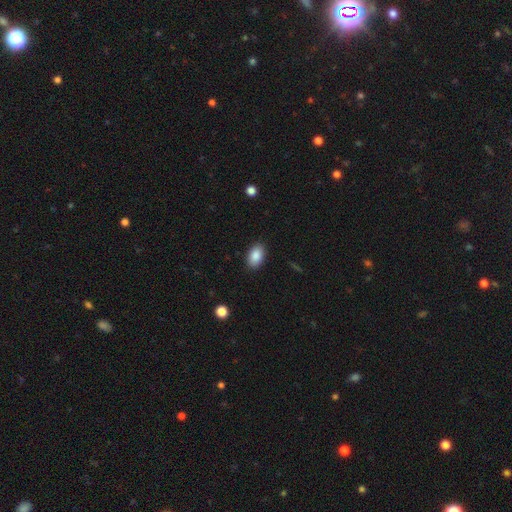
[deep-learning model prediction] The model was most divided on "merging": none: 88%, minor disturbance: 9%, major disturbance: 2%, merger: 1%. More confident: how rounded — in between (92%); smooth or featured — smooth (89%).